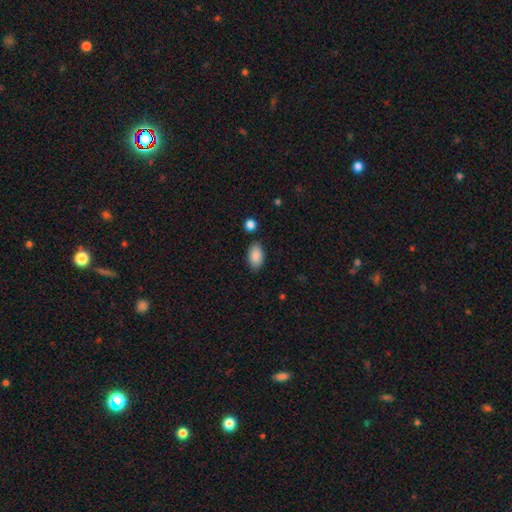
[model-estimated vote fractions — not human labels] A smooth galaxy with no disk features (89%) that is in between round and cigar-shaped (93%). Merging: none (82%).